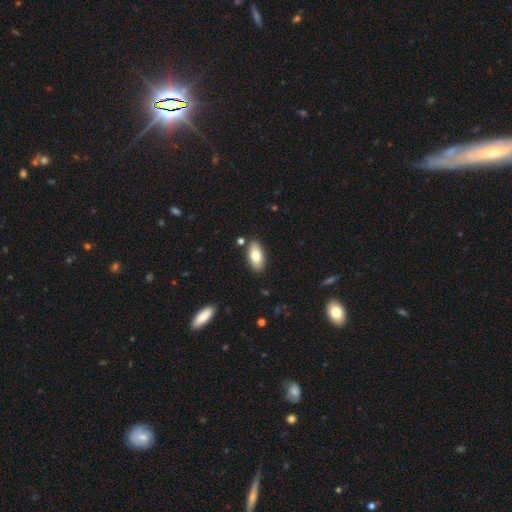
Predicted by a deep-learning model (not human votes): smooth_or_featured: smooth (p=0.77) [alt: featured or disk p=0.16]
how_rounded: in between (p=0.90) [alt: cigar-shaped p=0.07]
merging: none (p=0.86) [alt: minor disturbance p=0.09]